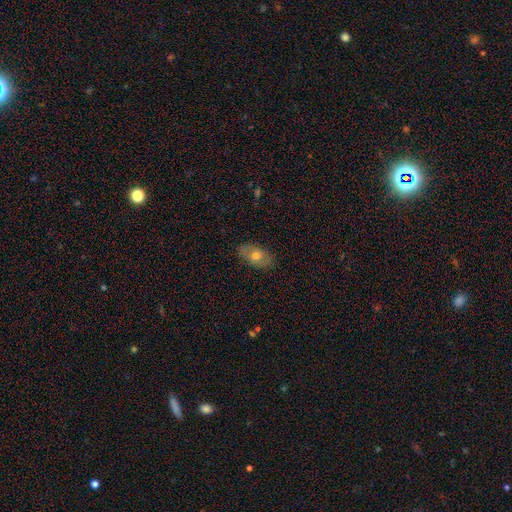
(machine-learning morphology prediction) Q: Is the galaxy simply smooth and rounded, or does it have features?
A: smooth — 63%.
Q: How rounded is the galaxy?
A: in between — 91%.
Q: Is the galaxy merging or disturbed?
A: none — 84%.